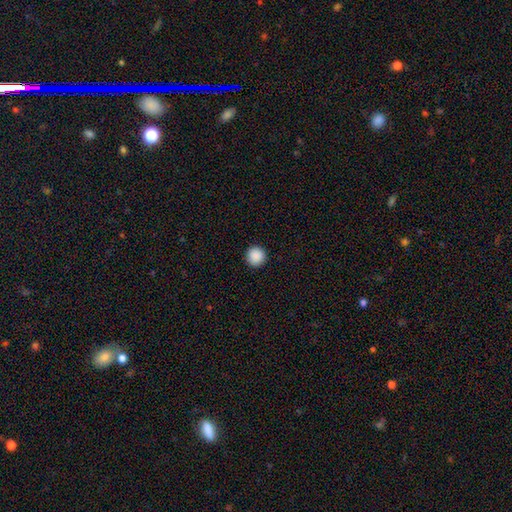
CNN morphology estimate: Q: Smooth or featured?
A: smooth (89%); runner-up: star or artifact (9%)
Q: How rounded?
A: round (96%); runner-up: in between (3%)
Q: Merging?
A: none (93%); runner-up: minor disturbance (5%)